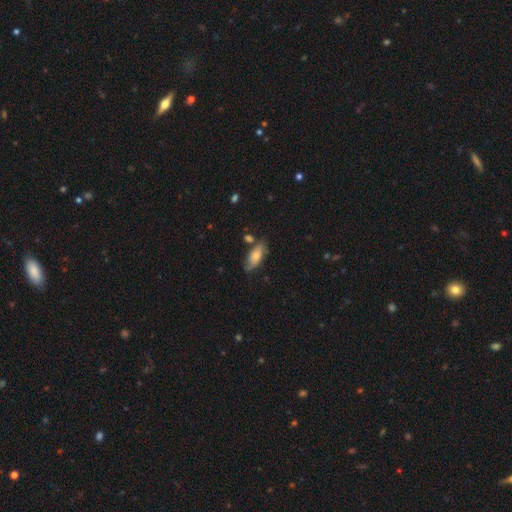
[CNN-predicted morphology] This is likely a smooth galaxy (64%). How rounded: clearly in between (83%). Merging: likely none (65%).